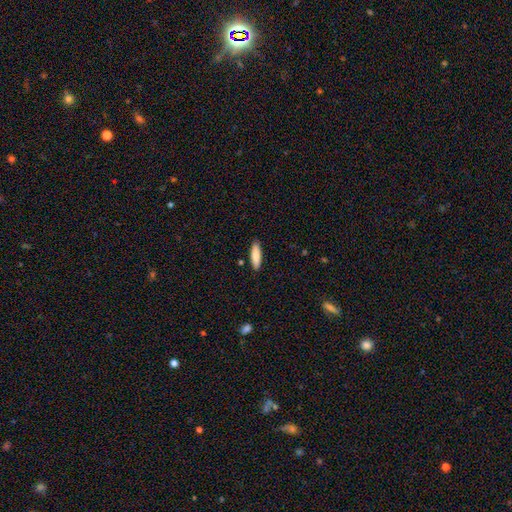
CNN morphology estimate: Smooth or featured: smooth — 85% (featured or disk — 9%)
How rounded: cigar-shaped — 59% (in between — 39%)
Merging: none — 89% (minor disturbance — 8%)